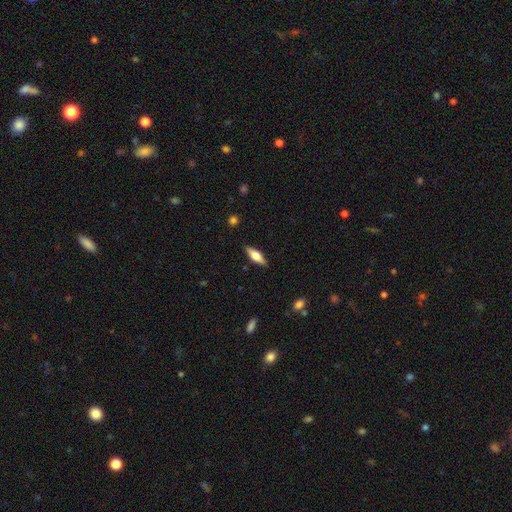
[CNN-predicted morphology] This is possibly a smooth galaxy (51%). How rounded: possibly in between (53%). Merging: clearly none (87%).